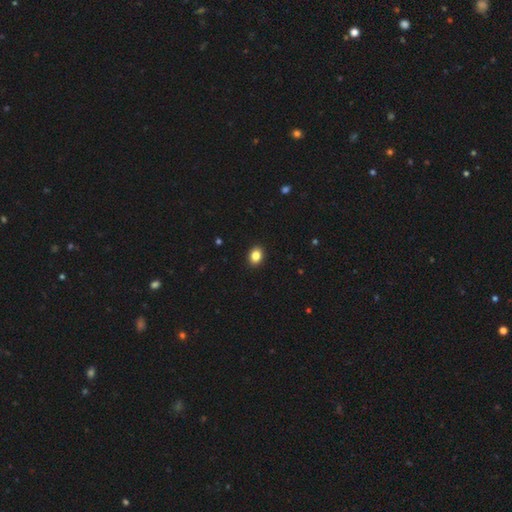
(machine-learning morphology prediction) This appears to be a smooth galaxy with no disk features (85%) that is in between round and cigar-shaped (61%). Merging: none (92%).